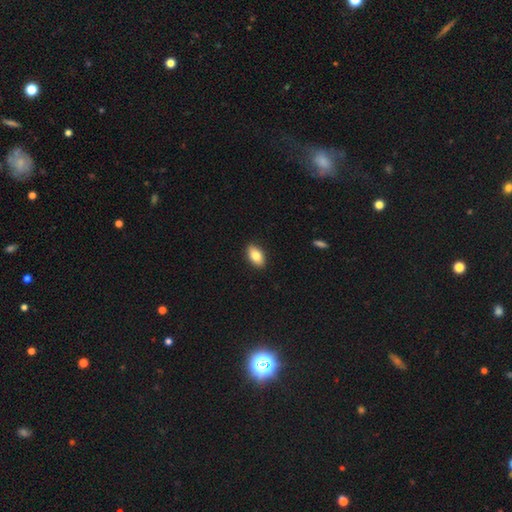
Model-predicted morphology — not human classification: Smooth or featured: smooth — 82% (featured or disk — 12%)
How rounded: in between — 91% (round — 5%)
Merging: none — 90% (minor disturbance — 7%)